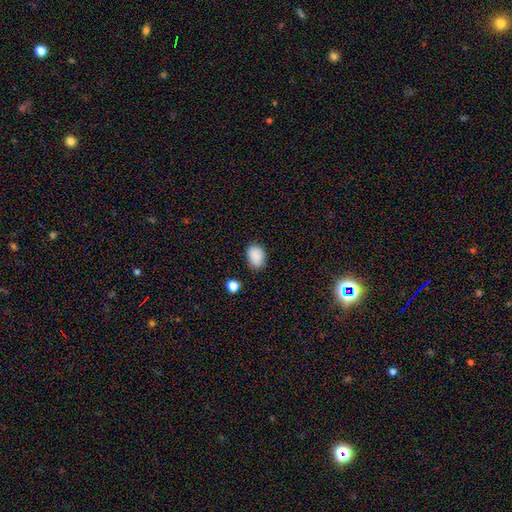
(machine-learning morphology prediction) Q: Smooth or featured?
A: smooth (89%); runner-up: star or artifact (8%)
Q: How rounded?
A: in between (80%); runner-up: round (19%)
Q: Merging?
A: none (80%); runner-up: minor disturbance (15%)